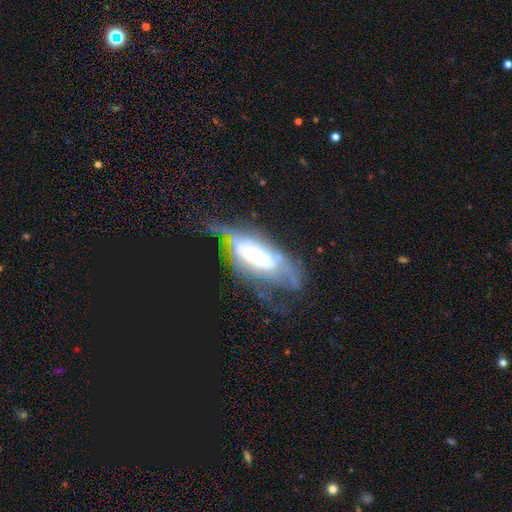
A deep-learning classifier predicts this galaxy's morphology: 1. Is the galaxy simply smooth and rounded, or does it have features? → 75% featured or disk, 17% smooth, 8% star or artifact.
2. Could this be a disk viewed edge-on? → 87% no, 13% yes.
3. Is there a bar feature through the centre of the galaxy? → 59% no, 26% weak, 15% strong.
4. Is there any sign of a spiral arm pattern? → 77% yes, 23% no.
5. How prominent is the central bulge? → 49% small, 36% moderate, 10% large, 3% dominant, 2% none.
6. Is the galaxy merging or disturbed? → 42% none, 33% major disturbance, 21% minor disturbance, 3% merger.